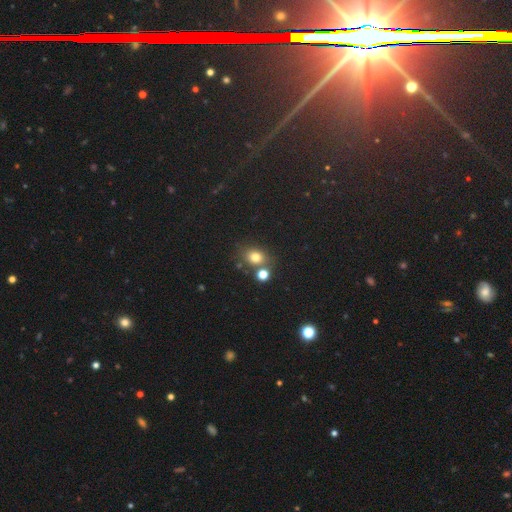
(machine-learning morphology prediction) A smooth galaxy with no disk features (75%) that is round (63%).

Vote fractions:
- Smooth or featured? smooth: 75% / star or artifact: 17% / featured or disk: 8%
- How rounded? round: 63% / in between: 36% / cigar-shaped: 1%
- Merging? none: 66% / merger: 19% / minor disturbance: 11% / major disturbance: 4%